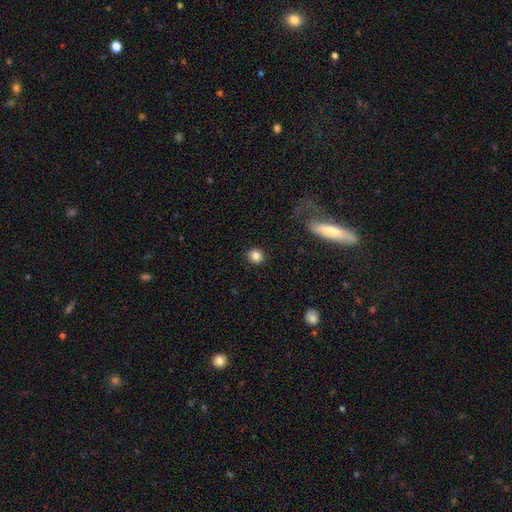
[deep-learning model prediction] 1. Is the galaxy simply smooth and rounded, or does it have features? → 84% smooth, 11% star or artifact, 6% featured or disk.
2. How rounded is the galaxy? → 85% round, 14% in between, 1% cigar-shaped.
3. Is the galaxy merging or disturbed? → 89% none, 7% minor disturbance, 2% major disturbance, 1% merger.